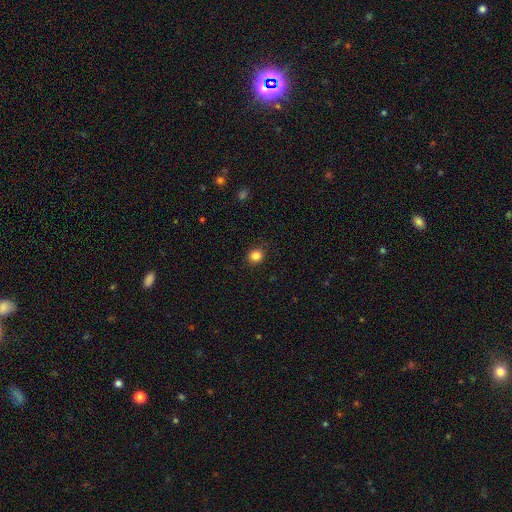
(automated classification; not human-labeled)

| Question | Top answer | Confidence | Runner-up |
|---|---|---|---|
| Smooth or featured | smooth | 84% | star or artifact (12%) |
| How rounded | round | 81% | in between (18%) |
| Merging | none | 87% | minor disturbance (9%) |